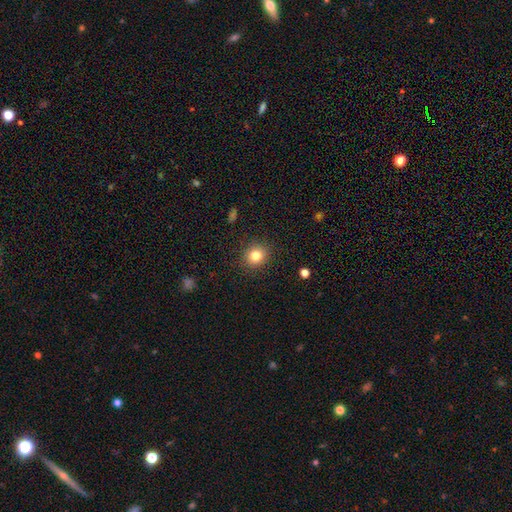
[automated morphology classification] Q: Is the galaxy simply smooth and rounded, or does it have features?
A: smooth — 82%.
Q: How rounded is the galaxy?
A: round — 82%.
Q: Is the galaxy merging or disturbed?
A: none — 89%.